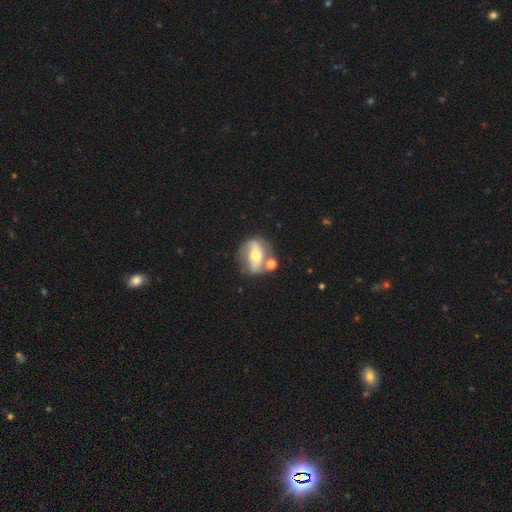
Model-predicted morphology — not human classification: smooth-or-featured: featured or disk: 63% | smooth: 29% | star or artifact: 8%
  disk-edge-on: no: 87% | yes: 13%
    bar: strong: 48% | no: 30% | weak: 22%
    has-spiral-arms: no: 50% (tied) | yes: 50% (tied)
    bulge-size: moderate: 68% | small: 23% | large: 6% | dominant: 1% | none: 1%
  merging: none: 61% | merger: 16% | minor disturbance: 16% | major disturbance: 7%